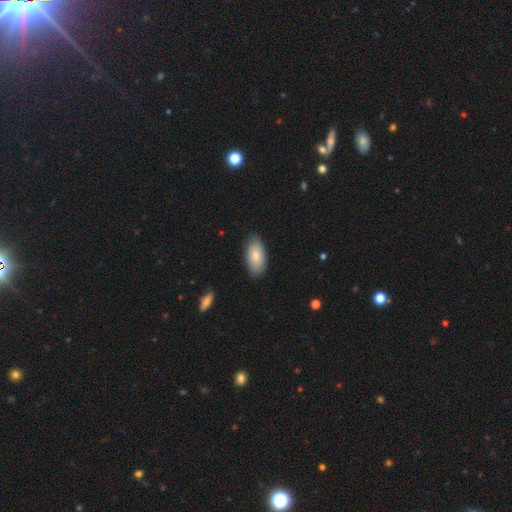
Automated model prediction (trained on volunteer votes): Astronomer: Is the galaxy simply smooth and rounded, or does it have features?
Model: smooth — 83%.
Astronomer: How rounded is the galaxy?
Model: in between — 92%.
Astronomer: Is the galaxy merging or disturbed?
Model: none — 84%.